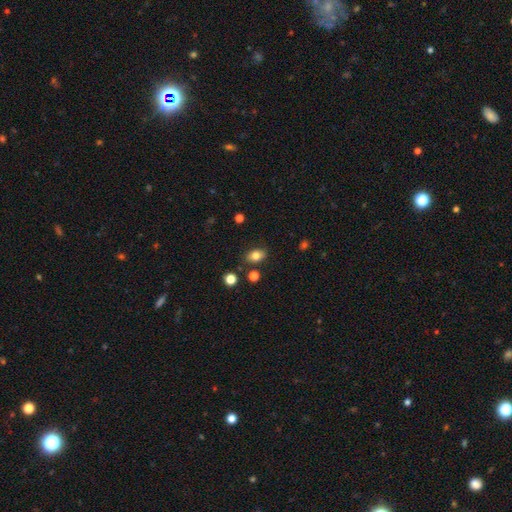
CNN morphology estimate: Smooth or featured: smooth — 80% (star or artifact — 10%)
How rounded: in between — 80% (round — 18%)
Merging: none — 82% (minor disturbance — 12%)